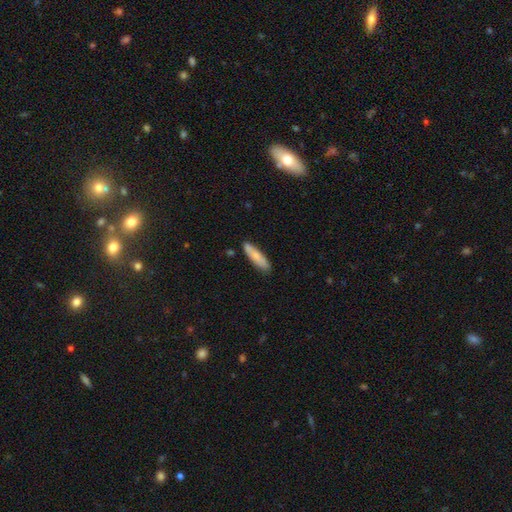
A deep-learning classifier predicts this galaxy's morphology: type=smooth (75%); roundness=cigar-shaped (70%); merging=none (85%).